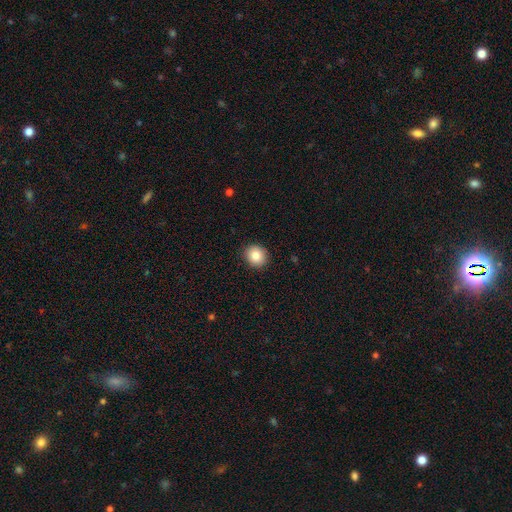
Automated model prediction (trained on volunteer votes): Q: Smooth or featured?
A: smooth (85%); runner-up: star or artifact (9%)
Q: How rounded?
A: round (79%); runner-up: in between (20%)
Q: Merging?
A: none (90%); runner-up: minor disturbance (7%)